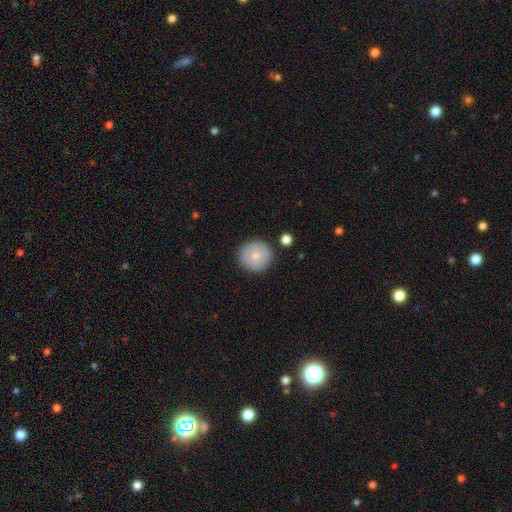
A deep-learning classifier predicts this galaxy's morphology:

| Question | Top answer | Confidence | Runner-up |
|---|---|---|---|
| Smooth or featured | smooth | 72% | featured or disk (21%) |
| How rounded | round | 93% | in between (6%) |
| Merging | none | 86% | minor disturbance (9%) |